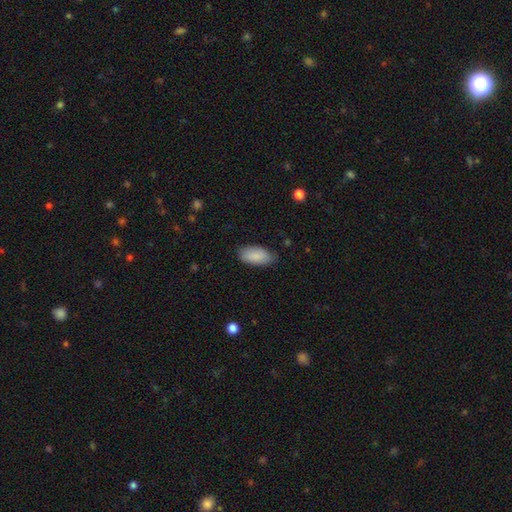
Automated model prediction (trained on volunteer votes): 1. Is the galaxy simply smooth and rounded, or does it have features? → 88% smooth, 6% star or artifact, 6% featured or disk.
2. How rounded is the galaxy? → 92% in between, 6% cigar-shaped, 2% round.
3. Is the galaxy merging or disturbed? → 79% none, 17% minor disturbance, 3% major disturbance, 1% merger.